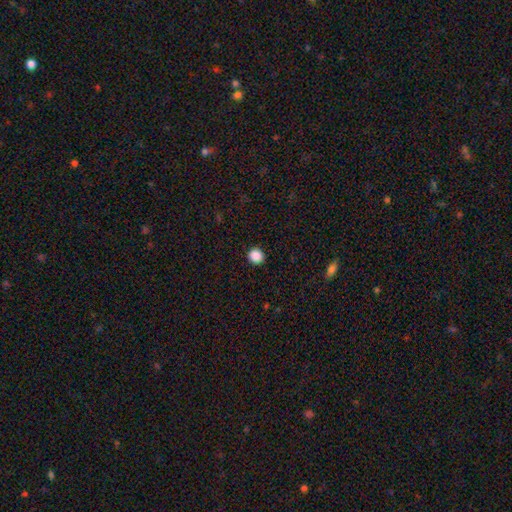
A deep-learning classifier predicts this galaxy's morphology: This is clearly a smooth galaxy (88%). How rounded: clearly round (88%). Merging: clearly none (92%).